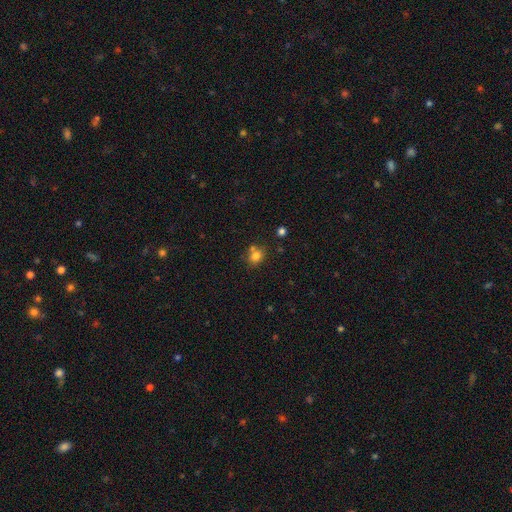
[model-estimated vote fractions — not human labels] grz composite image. It shows a smooth galaxy with no disk features (77%) that is round (63%). Merging: none (59%).